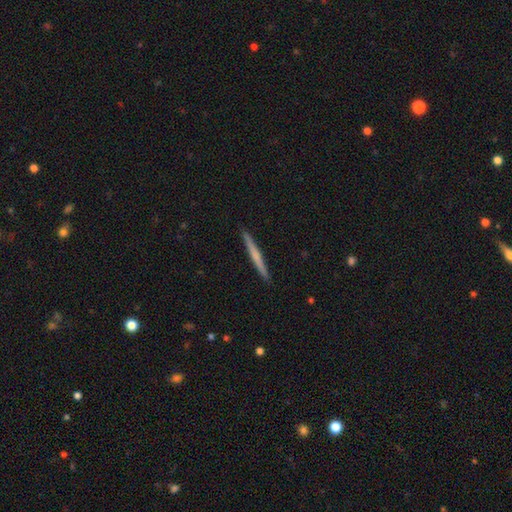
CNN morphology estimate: type=featured or disk (48%); merging=none (93%).